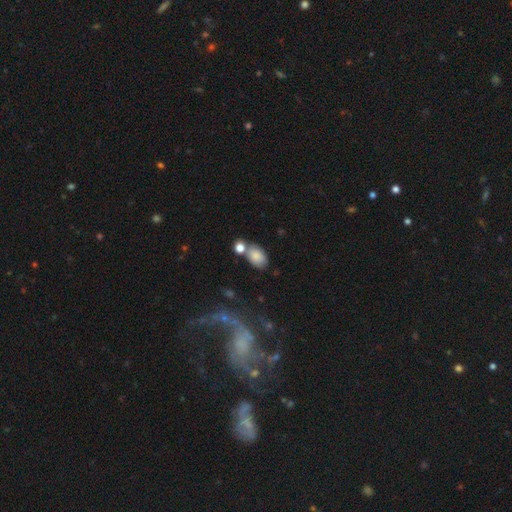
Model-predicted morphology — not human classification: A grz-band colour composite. It shows a smooth galaxy with no disk features (82%) that is in between round and cigar-shaped (87%). Merging: none (54%).